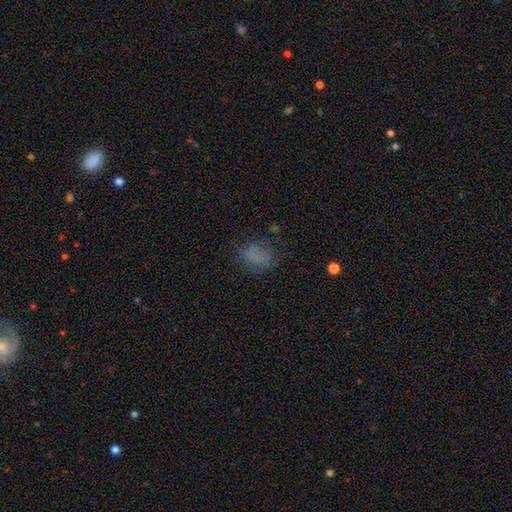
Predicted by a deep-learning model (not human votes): smooth-or-featured: smooth: 70% | star or artifact: 16% | featured or disk: 14%
  how-rounded: in between: 77% | round: 20% | cigar-shaped: 3%
  merging: none: 64% | minor disturbance: 21% | major disturbance: 13% | merger: 3%